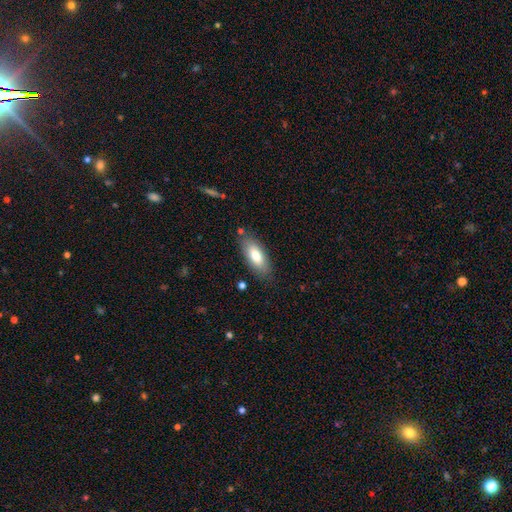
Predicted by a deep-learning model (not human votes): A smooth galaxy with no disk features (78%) that is in between round and cigar-shaped (80%).

Vote fractions:
- Smooth or featured? smooth: 78% / featured or disk: 16% / star or artifact: 6%
- How rounded? in between: 80% / cigar-shaped: 18% / round: 2%
- Merging? none: 80% / minor disturbance: 14% / major disturbance: 3% / merger: 3%